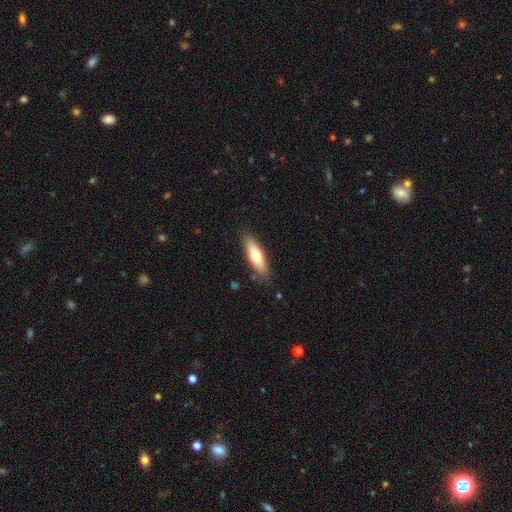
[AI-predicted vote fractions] A smooth galaxy with no disk features (65%) that is cigar-shaped (53%). Merging: none (85%).